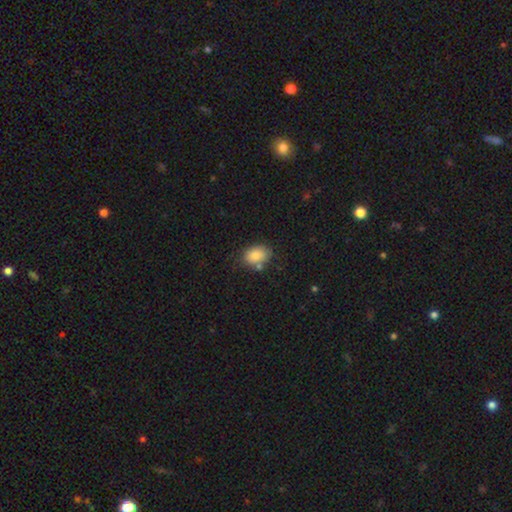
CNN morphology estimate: smooth 86%, star or artifact 8%, featured or disk 6%. Down the decision tree: how rounded — in between (78%); merging — none (68%).